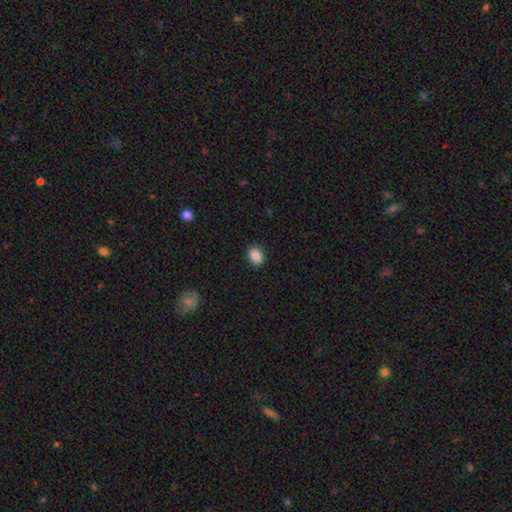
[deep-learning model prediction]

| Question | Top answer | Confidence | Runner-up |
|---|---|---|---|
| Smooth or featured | smooth | 87% | star or artifact (9%) |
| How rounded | in between | 58% | round (41%) |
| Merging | none | 88% | minor disturbance (9%) |